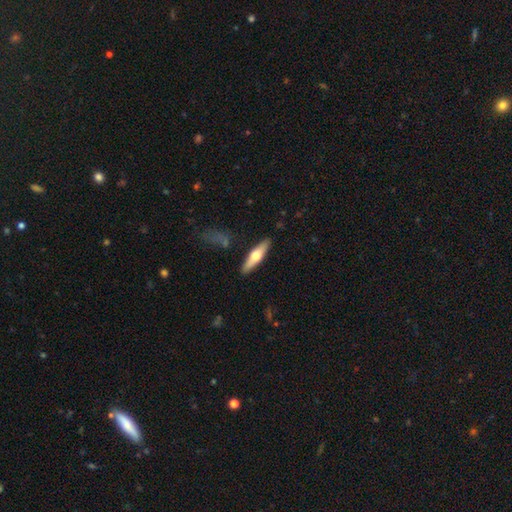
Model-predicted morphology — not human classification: Smooth or featured? Predicted: featured or disk (p=0.49). Merging? Predicted: none (p=0.87).